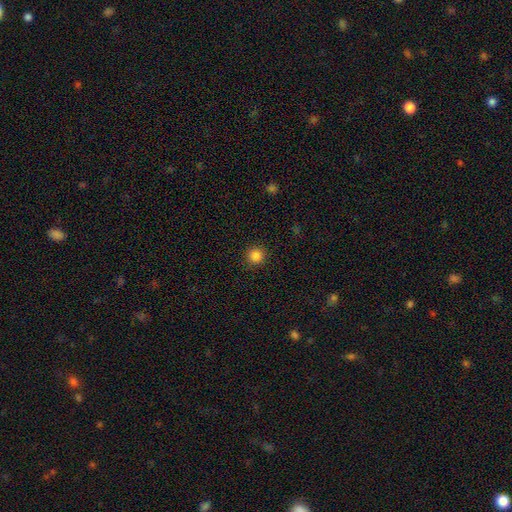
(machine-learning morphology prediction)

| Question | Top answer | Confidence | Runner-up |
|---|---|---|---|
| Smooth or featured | smooth | 86% | star or artifact (12%) |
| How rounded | round | 95% | in between (4%) |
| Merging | none | 92% | minor disturbance (5%) |